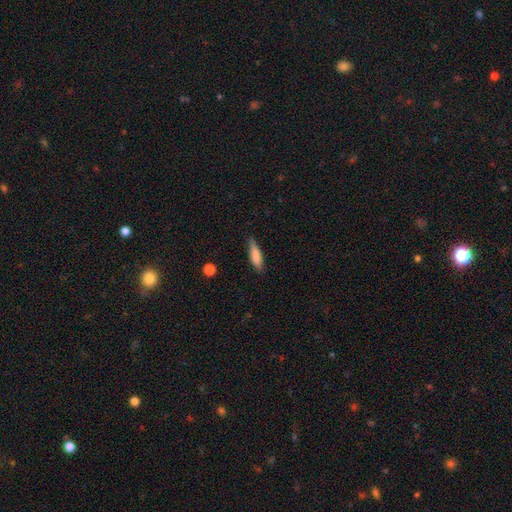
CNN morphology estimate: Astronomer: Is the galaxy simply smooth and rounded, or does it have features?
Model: smooth — 81%.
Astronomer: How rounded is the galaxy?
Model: cigar-shaped — 65%.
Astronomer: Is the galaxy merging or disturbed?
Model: none — 74%.